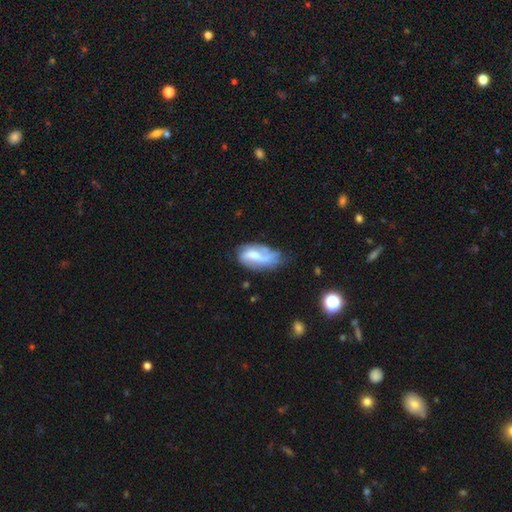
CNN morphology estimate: The model was most divided on "merging": none: 39%, minor disturbance: 32%, major disturbance: 24%, merger: 5%. Remaining: edge-on disk — no (95%); spiral arms — yes (80%); smooth or featured — featured or disk (62%); bar — weak (47%); bulge size — moderate (44%).